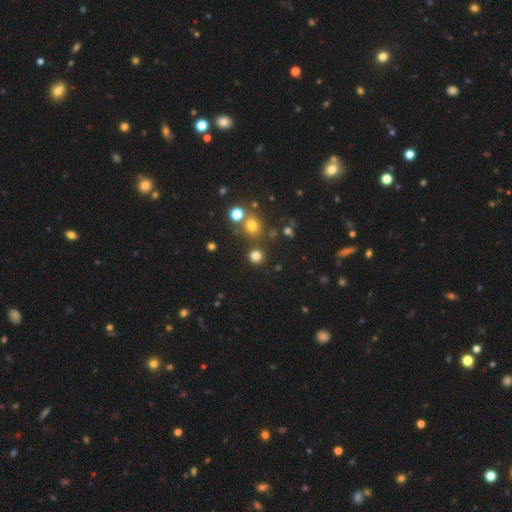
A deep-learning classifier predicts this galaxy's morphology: smooth-or-featured: smooth: 77% | star or artifact: 18% | featured or disk: 6%
  how-rounded: round: 92% | in between: 7% | cigar-shaped: 1%
  merging: none: 82% | merger: 8% | minor disturbance: 7% | major disturbance: 3%